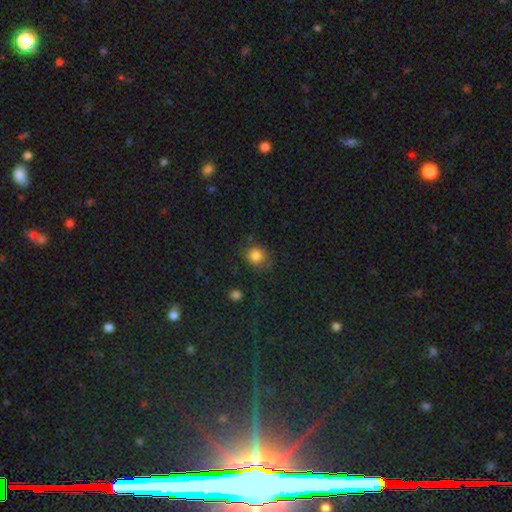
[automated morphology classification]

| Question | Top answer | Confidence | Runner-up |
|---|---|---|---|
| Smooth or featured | smooth | 83% | star or artifact (11%) |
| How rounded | round | 78% | in between (21%) |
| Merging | none | 74% | minor disturbance (17%) |